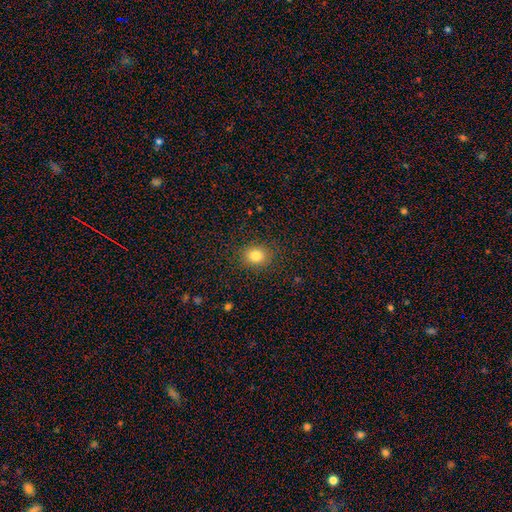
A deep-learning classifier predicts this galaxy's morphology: smooth-or-featured: smooth: 82% | star or artifact: 12% | featured or disk: 6%
  how-rounded: round: 66% | in between: 33% | cigar-shaped: 1%
  merging: none: 88% | minor disturbance: 8% | major disturbance: 3% | merger: 1%